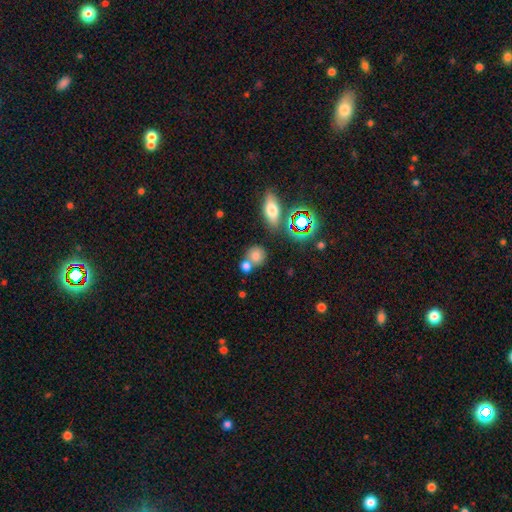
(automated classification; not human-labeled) This appears to be a smooth galaxy with no disk features (73%) that is round (78%). Merging: none (53%).